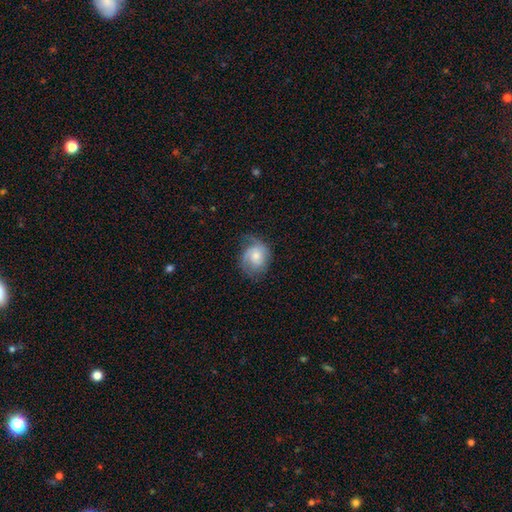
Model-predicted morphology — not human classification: Smooth or featured?
  - featured or disk: 50% *
  - smooth: 43%
  - star or artifact: 8%
Merging?
  - none: 56% *
  - minor disturbance: 28%
  - major disturbance: 14%
  - merger: 1%